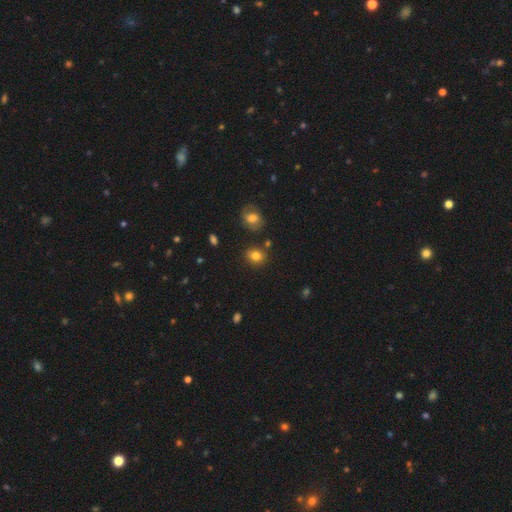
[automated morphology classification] type=smooth (81%); roundness=round (70%); merging=none (80%).